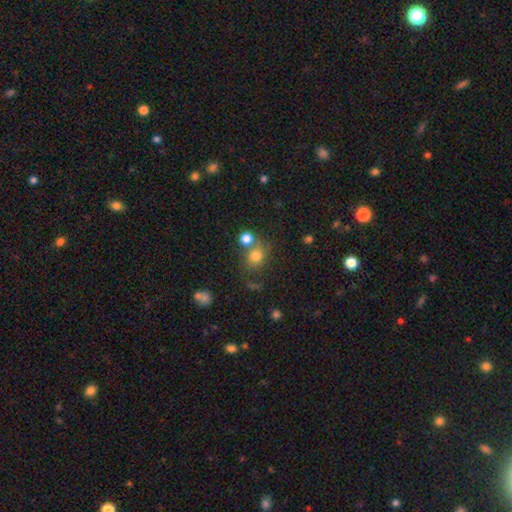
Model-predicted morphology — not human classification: Q: Smooth or featured?
A: smooth (75%); runner-up: star or artifact (14%)
Q: How rounded?
A: round (74%); runner-up: in between (25%)
Q: Merging?
A: none (54%); runner-up: merger (26%)